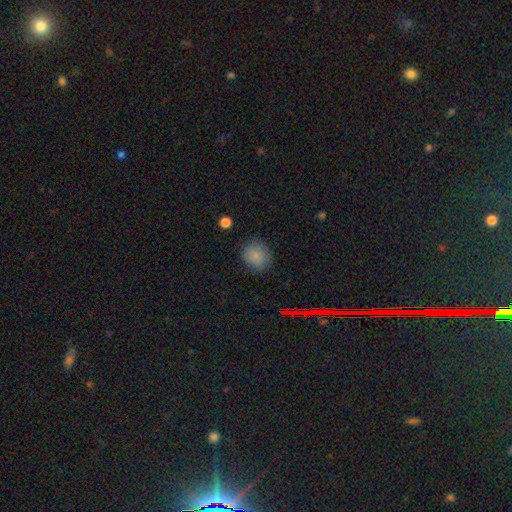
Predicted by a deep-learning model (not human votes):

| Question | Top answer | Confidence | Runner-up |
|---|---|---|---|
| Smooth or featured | smooth | 83% | star or artifact (11%) |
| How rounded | round | 78% | in between (21%) |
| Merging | none | 83% | minor disturbance (13%) |